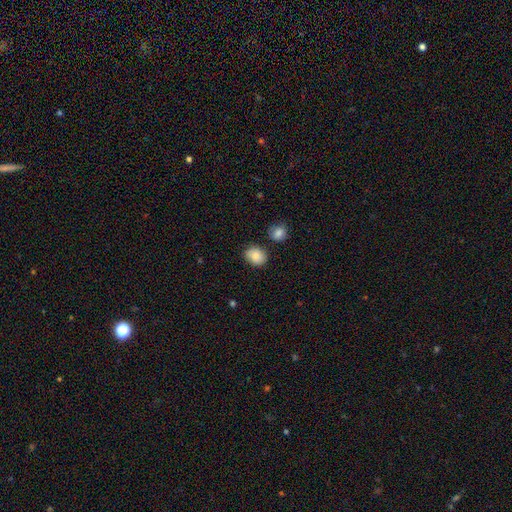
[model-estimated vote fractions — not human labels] Q: Smooth or featured?
A: smooth (86%); runner-up: star or artifact (8%)
Q: How rounded?
A: round (50%); runner-up: in between (49%)
Q: Merging?
A: none (76%); runner-up: minor disturbance (16%)